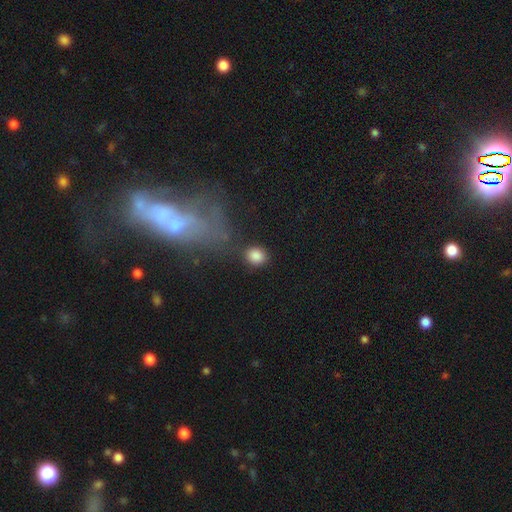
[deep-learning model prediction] Overall: smooth (87%). How rounded: round (75%). Merging: none (79%).